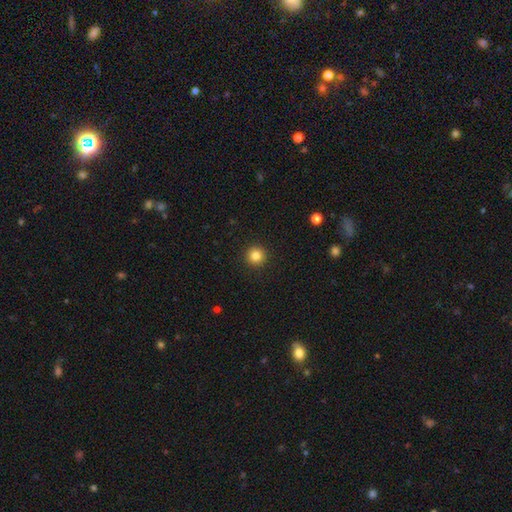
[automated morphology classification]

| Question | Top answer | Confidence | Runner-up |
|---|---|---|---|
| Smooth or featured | smooth | 83% | star or artifact (12%) |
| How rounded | round | 96% | in between (3%) |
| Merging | none | 93% | minor disturbance (4%) |